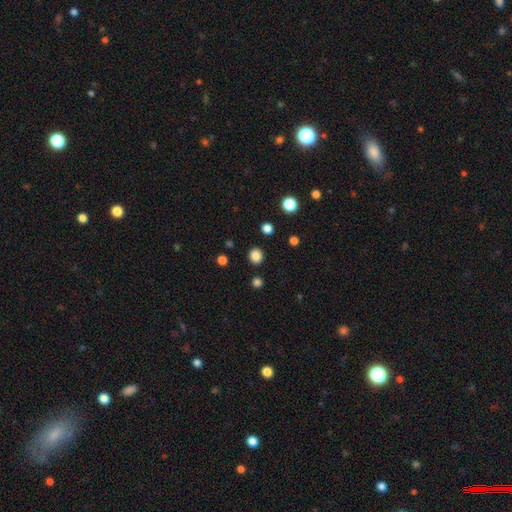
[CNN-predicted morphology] smooth 84%, star or artifact 12%, featured or disk 3%. Down the decision tree: how rounded — round (83%); merging — none (90%).